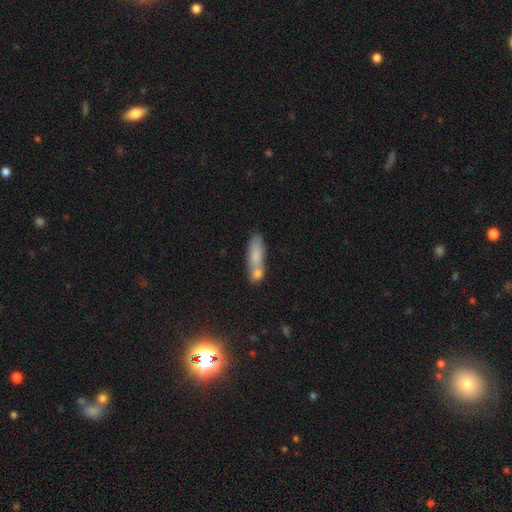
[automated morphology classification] Smooth or featured?
  - smooth: 74% *
  - featured or disk: 18%
  - star or artifact: 8%
How rounded?
  - cigar-shaped: 56% *
  - in between: 41%
  - round: 3%
Merging?
  - none: 42% *
  - merger: 38%
  - minor disturbance: 14%
  - major disturbance: 5%